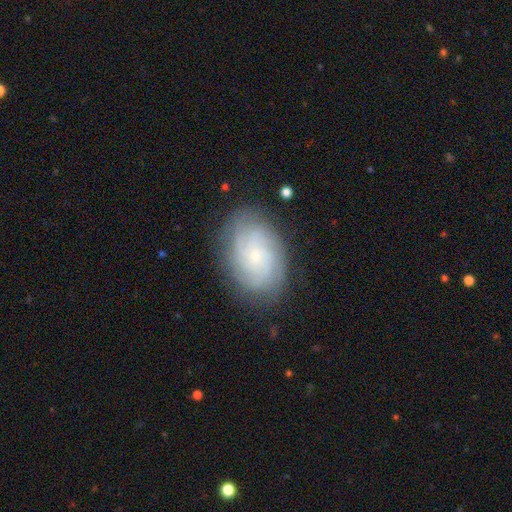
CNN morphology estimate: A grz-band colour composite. It shows a featured or disk galaxy (70%) with no bar (79%), tight (65%) spiral arms (92%) and a small central bulge (81%). Merging: none (81%).